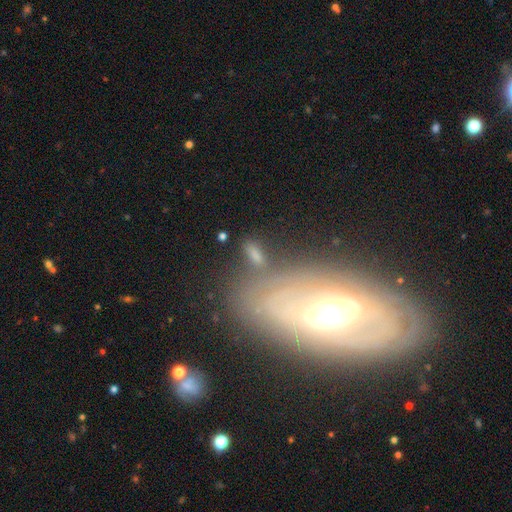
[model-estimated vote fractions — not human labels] Smooth or featured? smooth (65%)
How rounded? in between (76%)
Merging? none (62%)